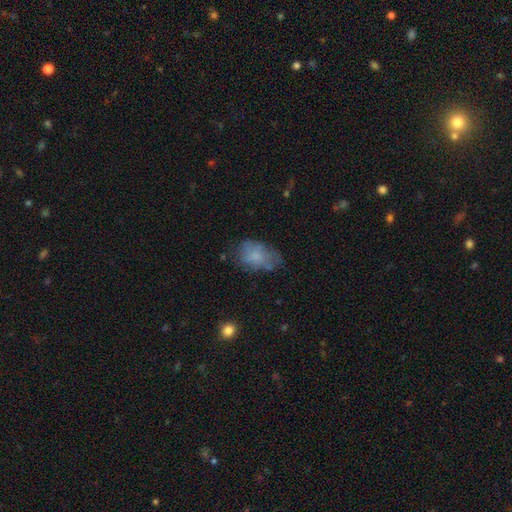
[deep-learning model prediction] Smooth or featured? smooth (65%)
How rounded? in between (85%)
Merging? none (50%)